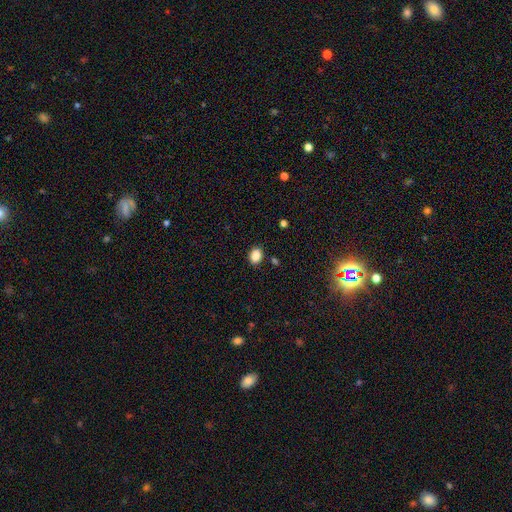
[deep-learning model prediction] A smooth galaxy with no disk features (87%) that is in between round and cigar-shaped (64%). Merging: none (85%).